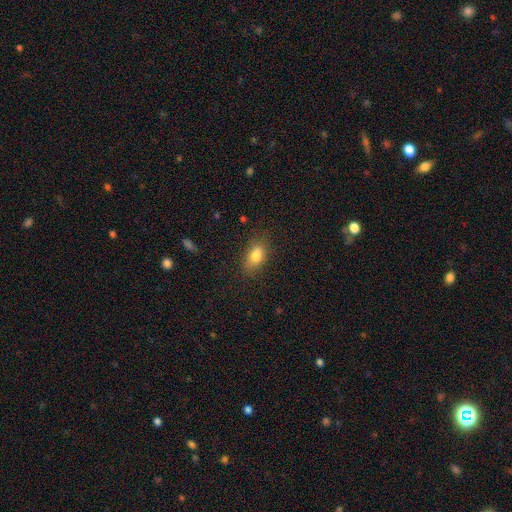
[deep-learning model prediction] The model was most divided on "merging": none: 67%, minor disturbance: 21%, major disturbance: 6%, merger: 5%. More confident: how rounded — in between (83%); smooth or featured — smooth (78%).